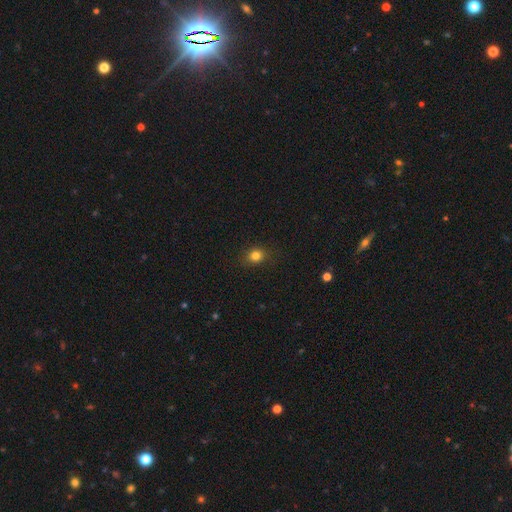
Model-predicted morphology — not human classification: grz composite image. It shows a smooth galaxy with no disk features (82%) that is round (66%). Merging: none (86%).